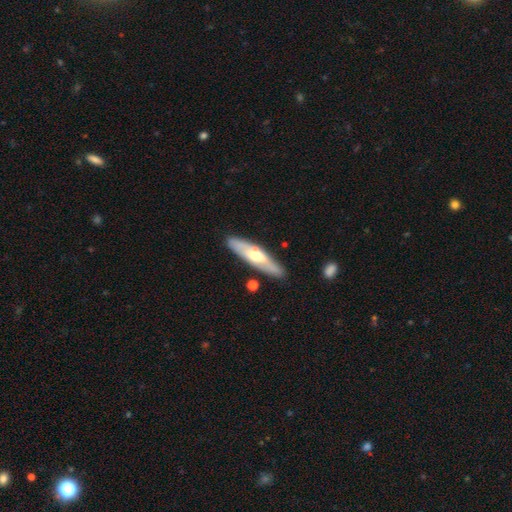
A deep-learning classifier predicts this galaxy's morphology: type=featured or disk (56%); edge-on=yes (58%); merging=none (84%).